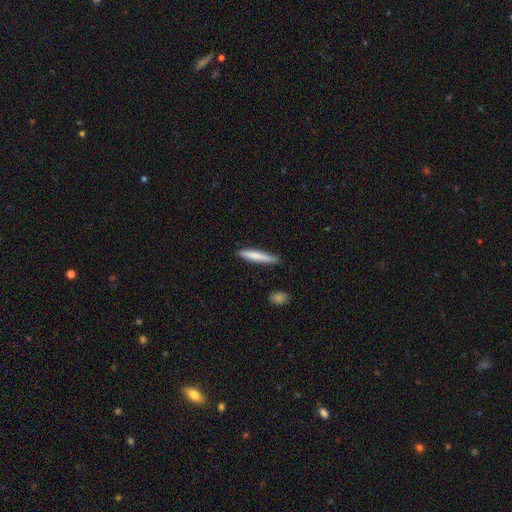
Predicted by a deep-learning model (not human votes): Smooth or featured: smooth — 76% (featured or disk — 18%)
How rounded: cigar-shaped — 93% (in between — 6%)
Merging: none — 83% (minor disturbance — 13%)